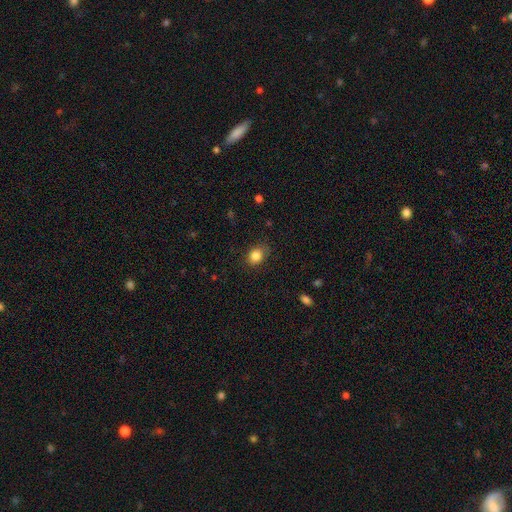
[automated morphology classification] The model was most divided on "how rounded": in between: 55%, round: 44%, cigar-shaped: 1%. More confident: smooth or featured — smooth (84%); merging — none (77%).